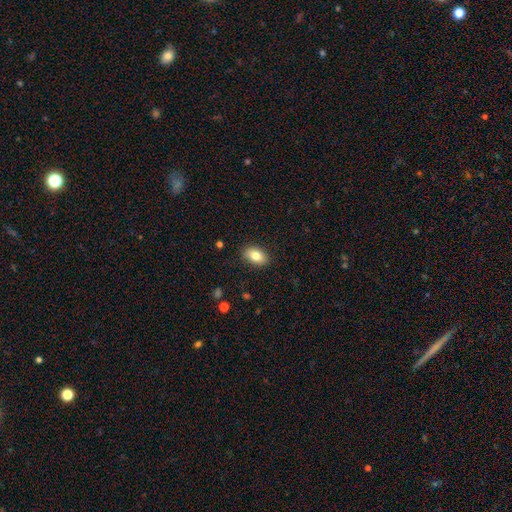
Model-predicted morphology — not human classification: Smooth or featured? Predicted: smooth (p=0.82). How rounded? Predicted: in between (p=0.88). Merging? Predicted: none (p=0.88).